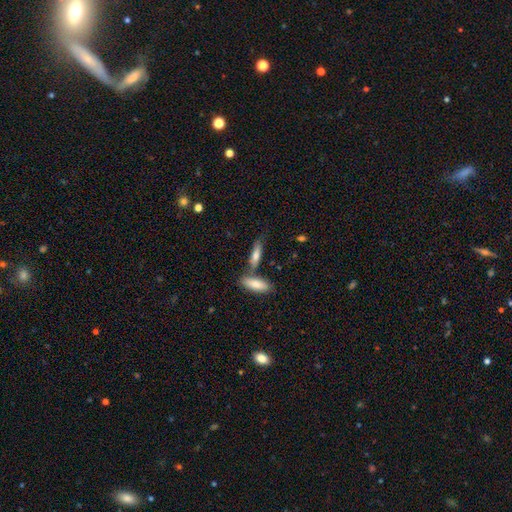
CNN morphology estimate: This appears to be a smooth galaxy with no disk features (73%) that is cigar-shaped (59%). Merging: none (57%).